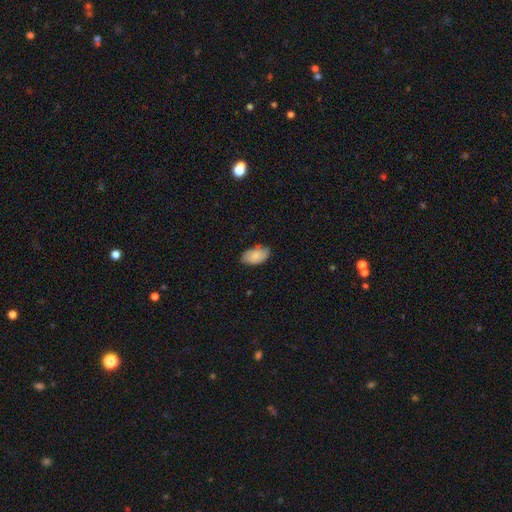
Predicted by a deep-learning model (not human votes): Q: Smooth or featured?
A: smooth (84%); runner-up: featured or disk (10%)
Q: How rounded?
A: in between (95%); runner-up: round (3%)
Q: Merging?
A: none (76%); runner-up: minor disturbance (20%)